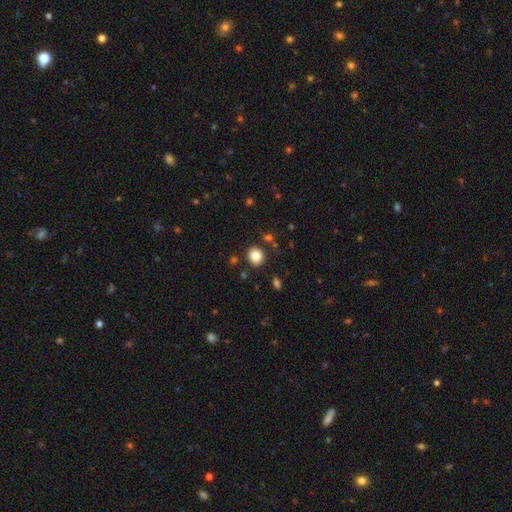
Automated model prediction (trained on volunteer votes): This appears to be a smooth galaxy with no disk features (85%) that is round (86%). Merging: none (86%).